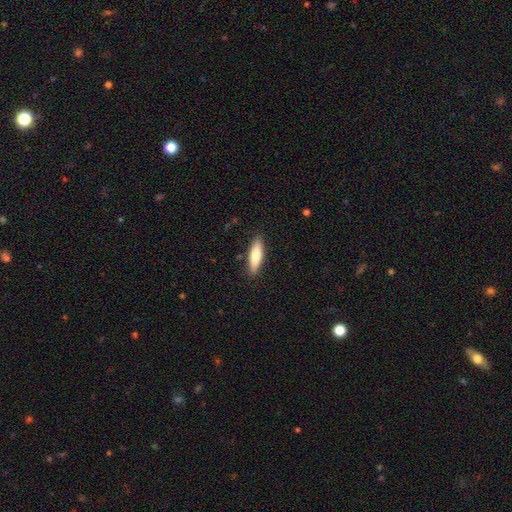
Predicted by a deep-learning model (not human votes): Q: Smooth or featured?
A: smooth (72%); runner-up: featured or disk (22%)
Q: How rounded?
A: cigar-shaped (59%); runner-up: in between (40%)
Q: Merging?
A: none (87%); runner-up: minor disturbance (10%)